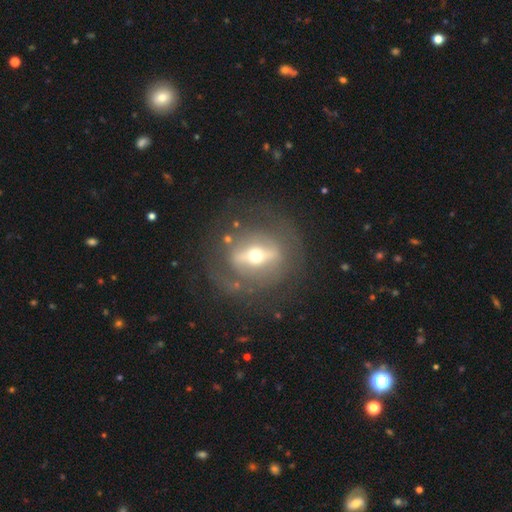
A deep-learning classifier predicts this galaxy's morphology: Overall: featured or disk (73%). Edge-on disk: no (77%). Bar: strong (69%). Spiral arms: no (73%). Bulge size: moderate (61%; small 30%). Merging: none (74%).